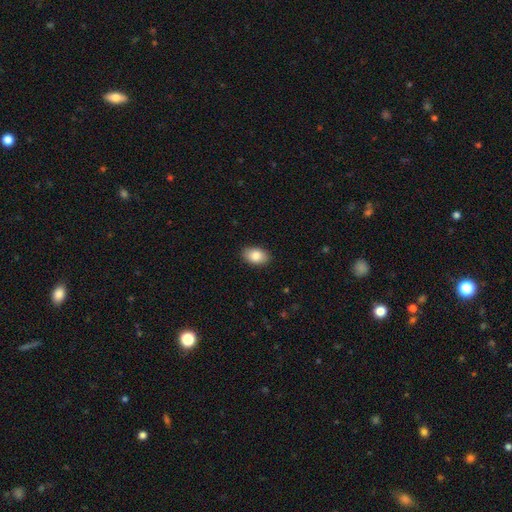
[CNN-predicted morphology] Q: Smooth or featured?
A: smooth (86%); runner-up: star or artifact (7%)
Q: How rounded?
A: in between (89%); runner-up: round (9%)
Q: Merging?
A: none (89%); runner-up: minor disturbance (8%)